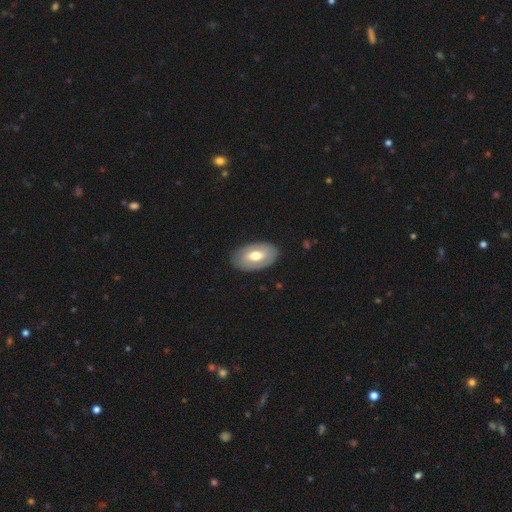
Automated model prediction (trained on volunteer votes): smooth 48%, featured or disk 46%, star or artifact 5%. Down the decision tree: merging — none (84%).